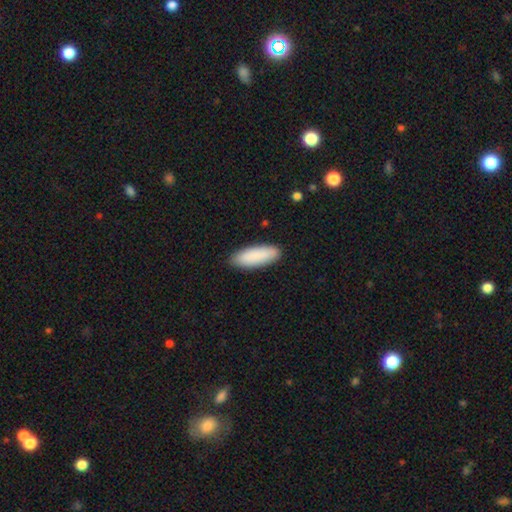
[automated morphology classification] Smooth or featured: smooth — 90% (star or artifact — 6%)
How rounded: in between — 65% (cigar-shaped — 33%)
Merging: none — 88% (minor disturbance — 9%)